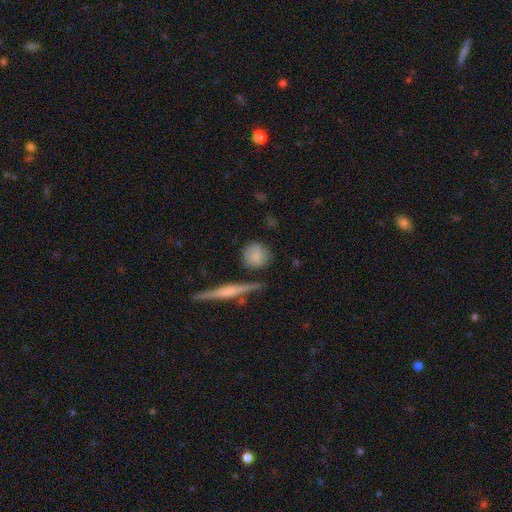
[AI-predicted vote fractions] This is likely a smooth galaxy (78%). How rounded: clearly round (85%). Merging: likely none (76%).